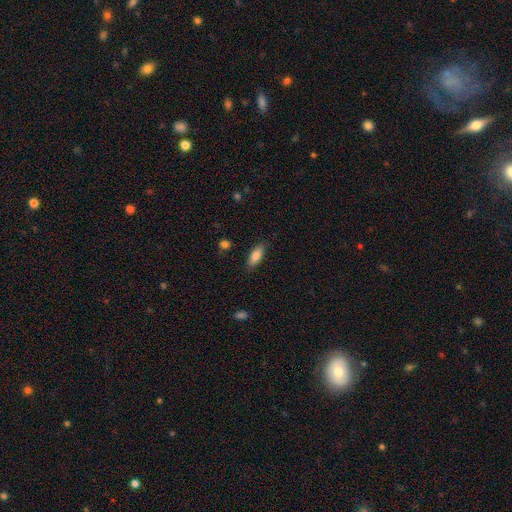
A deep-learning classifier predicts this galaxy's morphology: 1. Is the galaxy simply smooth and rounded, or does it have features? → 84% smooth, 10% featured or disk, 7% star or artifact.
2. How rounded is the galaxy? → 76% in between, 22% cigar-shaped, 2% round.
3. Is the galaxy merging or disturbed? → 83% none, 13% minor disturbance, 3% major disturbance, 1% merger.